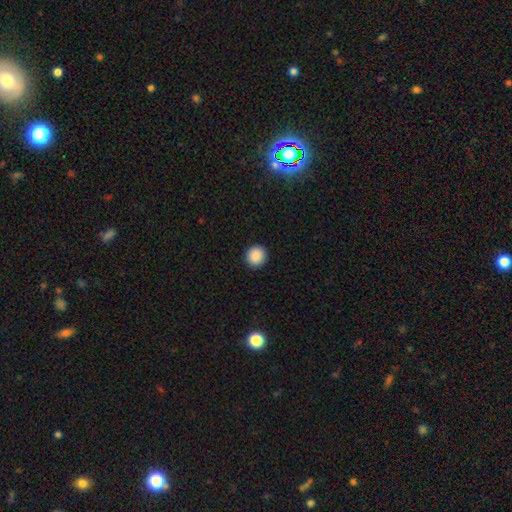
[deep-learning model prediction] smooth 89%, star or artifact 9%, featured or disk 3%. Down the decision tree: how rounded — round (94%); merging — none (93%).